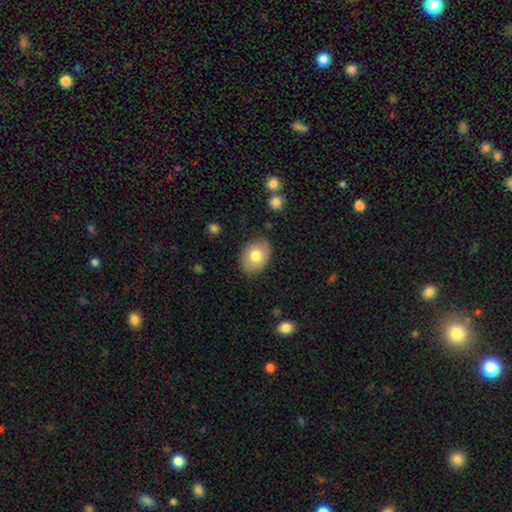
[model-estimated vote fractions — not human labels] Smooth or featured? smooth (78%)
How rounded? in between (75%)
Merging? none (85%)